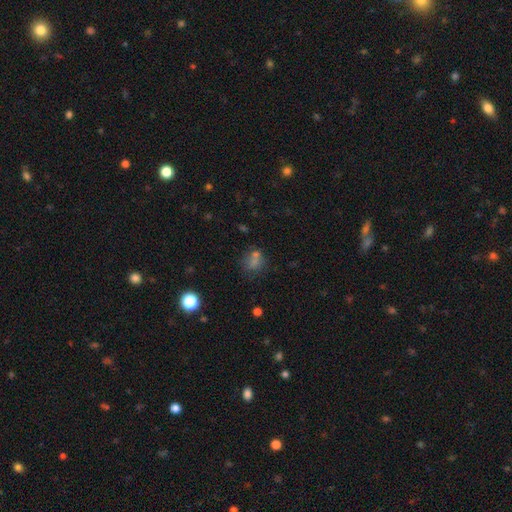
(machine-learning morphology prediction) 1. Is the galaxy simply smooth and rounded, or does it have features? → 56% smooth, 32% star or artifact, 13% featured or disk.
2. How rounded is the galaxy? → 64% round, 34% in between, 2% cigar-shaped.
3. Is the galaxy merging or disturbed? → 60% none, 19% merger, 14% minor disturbance, 8% major disturbance.